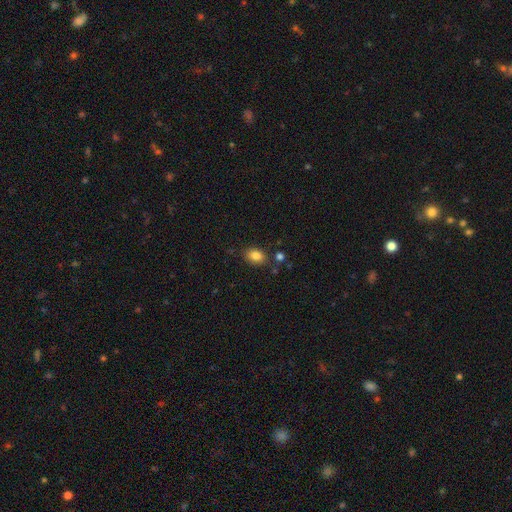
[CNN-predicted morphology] A smooth galaxy with no disk features (84%) that is in between round and cigar-shaped (78%). Merging: none (78%).